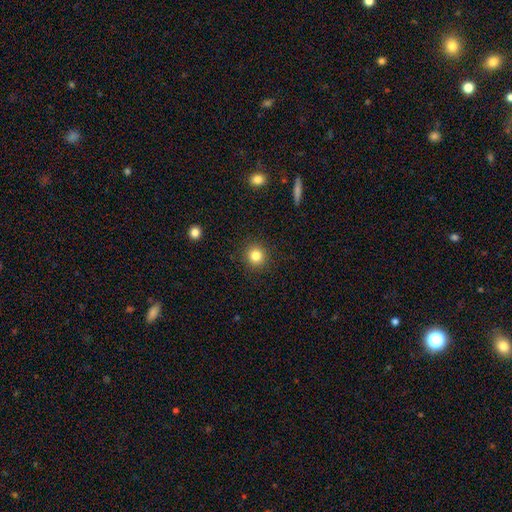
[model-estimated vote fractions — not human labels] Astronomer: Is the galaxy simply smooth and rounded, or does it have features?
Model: smooth — 82%.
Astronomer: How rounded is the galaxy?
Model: round — 93%.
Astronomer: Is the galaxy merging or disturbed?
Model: none — 91%.